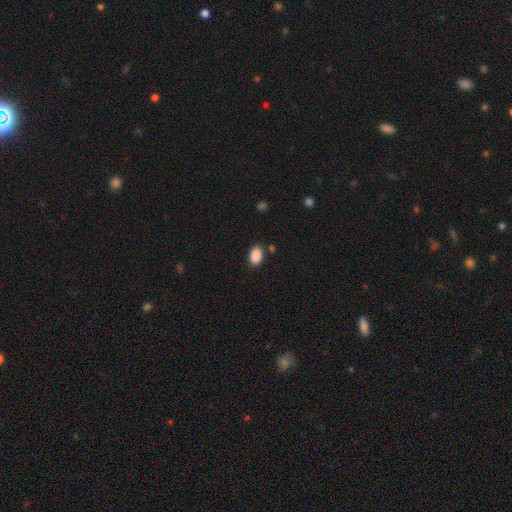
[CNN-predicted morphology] This appears to be a smooth galaxy with no disk features (89%) that is in between round and cigar-shaped (83%). Merging: none (83%).